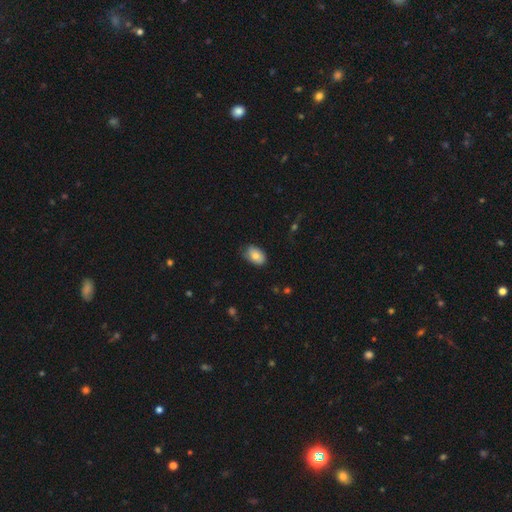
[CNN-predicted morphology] smooth_or_featured: smooth (p=0.79) [alt: featured or disk p=0.14]
how_rounded: in between (p=0.87) [alt: round p=0.12]
merging: none (p=0.72) [alt: minor disturbance p=0.23]